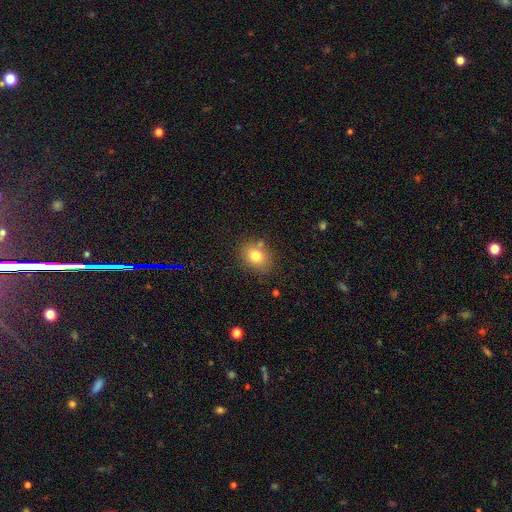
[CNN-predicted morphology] Smooth or featured: smooth — 79% (star or artifact — 11%)
How rounded: in between — 53% (round — 46%)
Merging: none — 77% (minor disturbance — 14%)